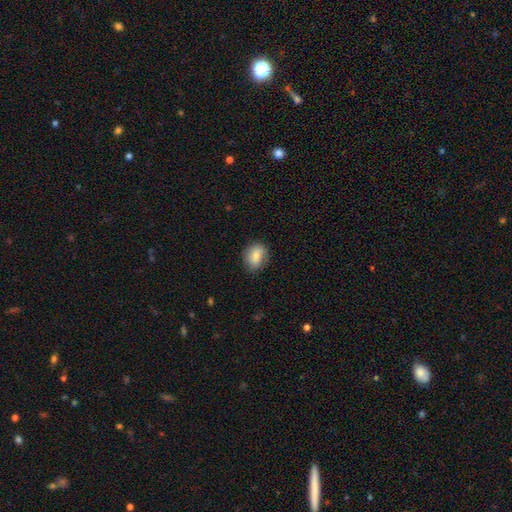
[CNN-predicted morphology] Smooth or featured? smooth (79%)
How rounded? in between (52%)
Merging? none (80%)